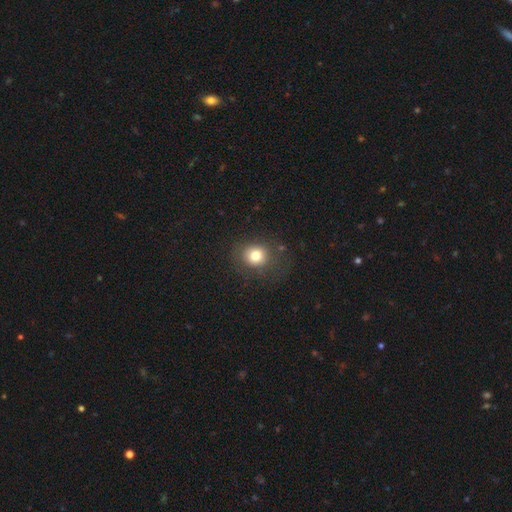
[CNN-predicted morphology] smooth-or-featured: smooth: 78% | star or artifact: 12% | featured or disk: 10%
  how-rounded: round: 74% | in between: 25% | cigar-shaped: 1%
  merging: none: 77% | minor disturbance: 14% | major disturbance: 7% | merger: 2%